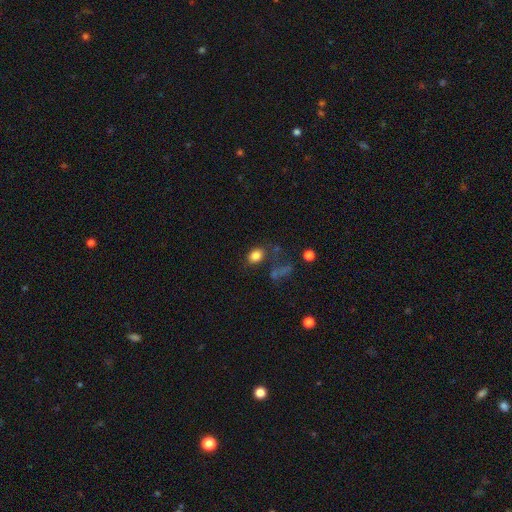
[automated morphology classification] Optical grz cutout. It shows a smooth galaxy with no disk features (82%) that is in between round and cigar-shaped (63%). Merging: none (70%).